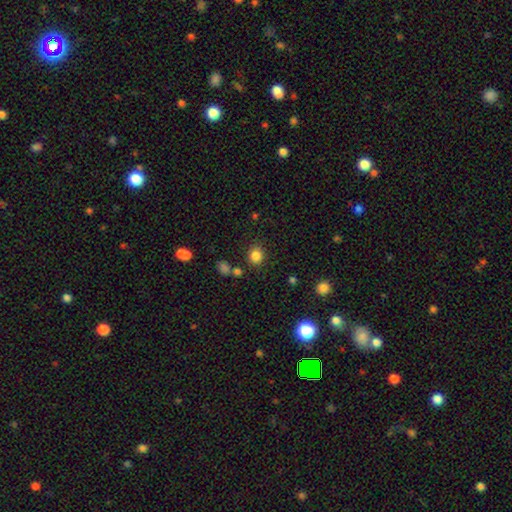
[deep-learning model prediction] smooth 83%, star or artifact 12%, featured or disk 5%. Down the decision tree: how rounded — round (78%); merging — none (81%).